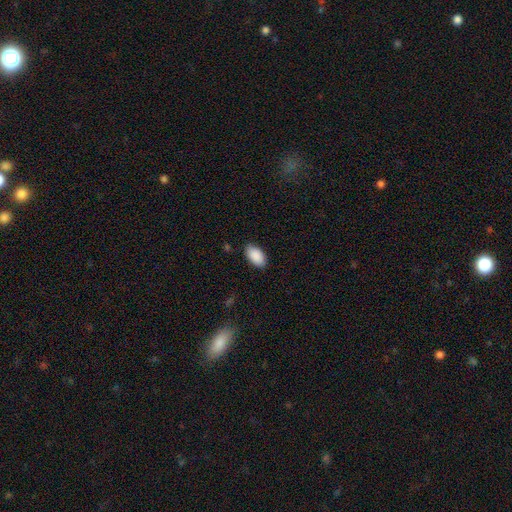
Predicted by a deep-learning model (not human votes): smooth_or_featured: smooth (p=0.91) [alt: star or artifact p=0.06]
how_rounded: in between (p=0.95) [alt: round p=0.03]
merging: none (p=0.86) [alt: minor disturbance p=0.10]